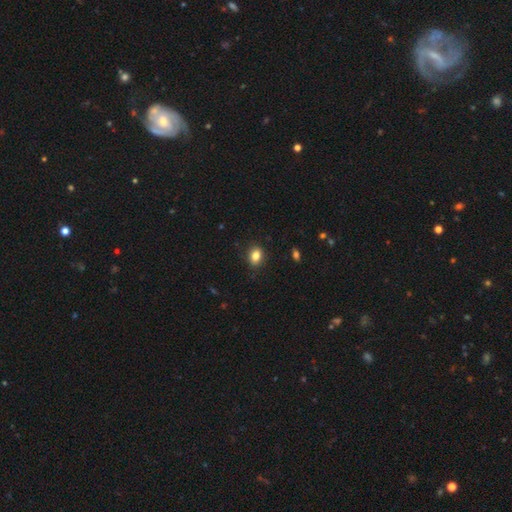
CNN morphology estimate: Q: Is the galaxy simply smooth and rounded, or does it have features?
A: smooth — 84%.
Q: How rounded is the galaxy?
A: in between — 64%.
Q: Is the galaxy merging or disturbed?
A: none — 85%.